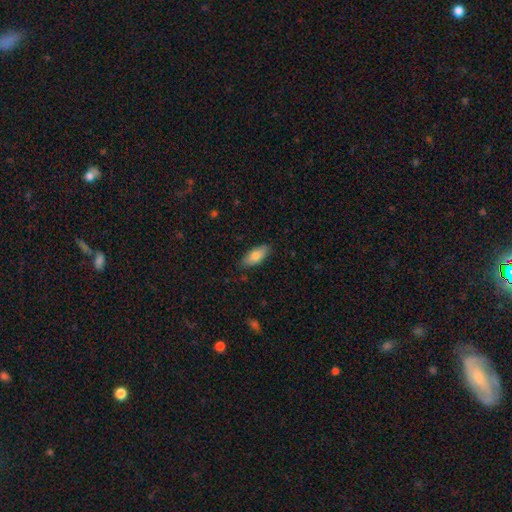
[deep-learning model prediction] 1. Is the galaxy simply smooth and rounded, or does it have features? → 78% smooth, 16% featured or disk, 6% star or artifact.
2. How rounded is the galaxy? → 82% in between, 16% cigar-shaped, 2% round.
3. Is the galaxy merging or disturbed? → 85% none, 12% minor disturbance, 2% major disturbance, 1% merger.